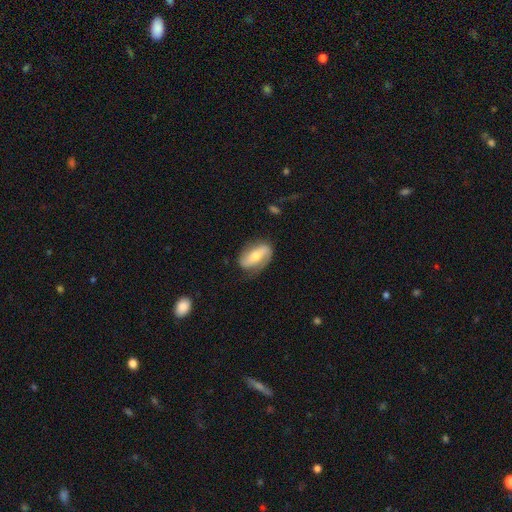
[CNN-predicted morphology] This appears to be a featured or disk galaxy (65%) with a strong bar (40%), 2 (81%) loose (40%) spiral arms (85%) and a moderate central bulge (58%). Merging: none (70%).